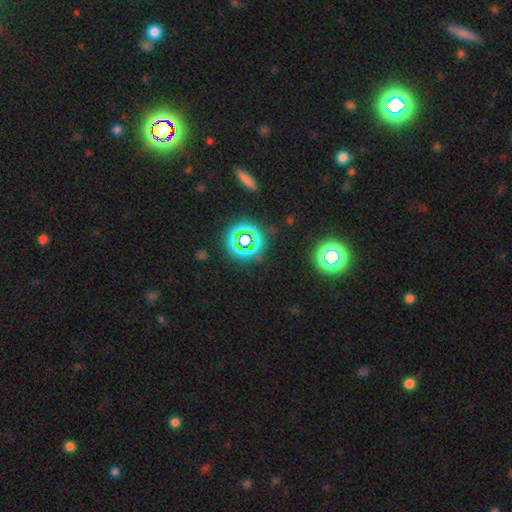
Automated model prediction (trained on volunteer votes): Smooth or featured? Predicted: star or artifact (p=0.59).